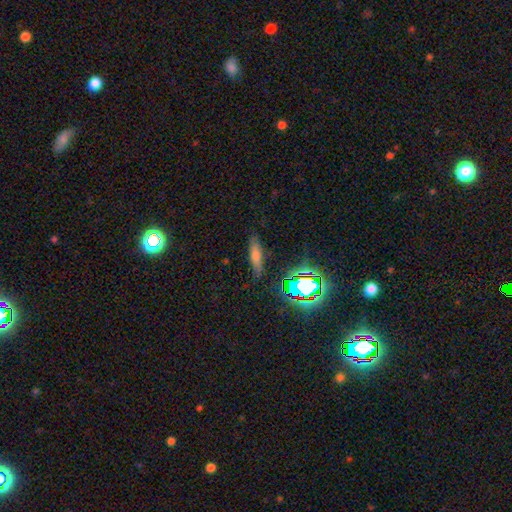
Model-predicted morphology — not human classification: smooth-or-featured: smooth: 56% | featured or disk: 23% | star or artifact: 22%
  how-rounded: cigar-shaped: 69% | in between: 26% | round: 4%
  merging: none: 82% | minor disturbance: 12% | major disturbance: 4% | merger: 2%